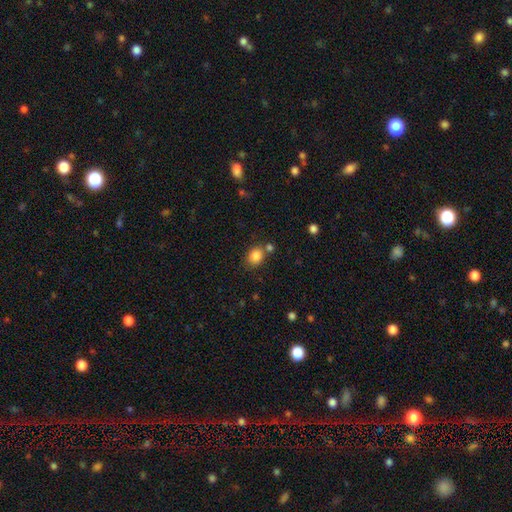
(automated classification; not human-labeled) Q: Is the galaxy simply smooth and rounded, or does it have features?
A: smooth — 85%.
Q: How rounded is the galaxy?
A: round — 53%.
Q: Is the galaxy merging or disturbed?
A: none — 68%.